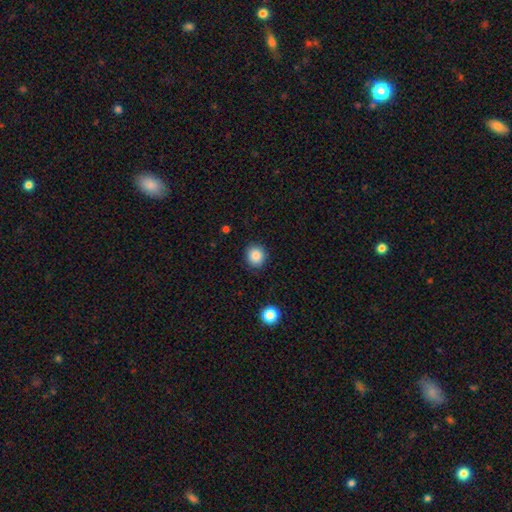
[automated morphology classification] smooth-or-featured: smooth: 87% | star or artifact: 10% | featured or disk: 4%
  how-rounded: round: 89% | in between: 10% | cigar-shaped: 1%
  merging: none: 89% | minor disturbance: 7% | major disturbance: 2% | merger: 1%